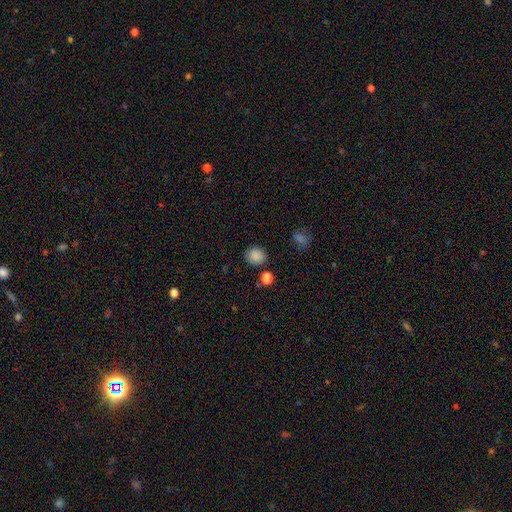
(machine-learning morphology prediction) Q: Smooth or featured?
A: smooth (86%); runner-up: star or artifact (11%)
Q: How rounded?
A: round (77%); runner-up: in between (22%)
Q: Merging?
A: none (85%); runner-up: minor disturbance (9%)